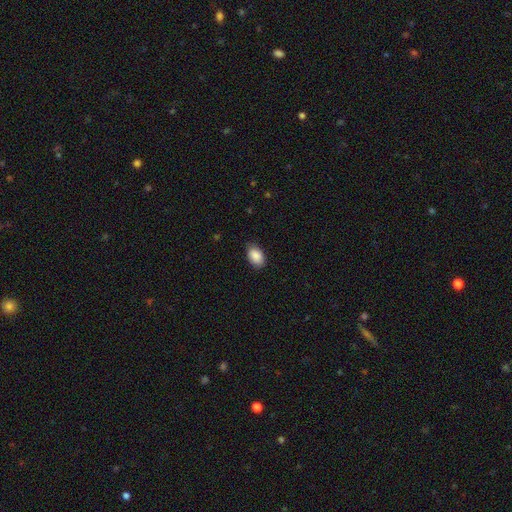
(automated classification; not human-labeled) Morphology: type=smooth (89%); roundness=in between (89%); merging=none (80%).